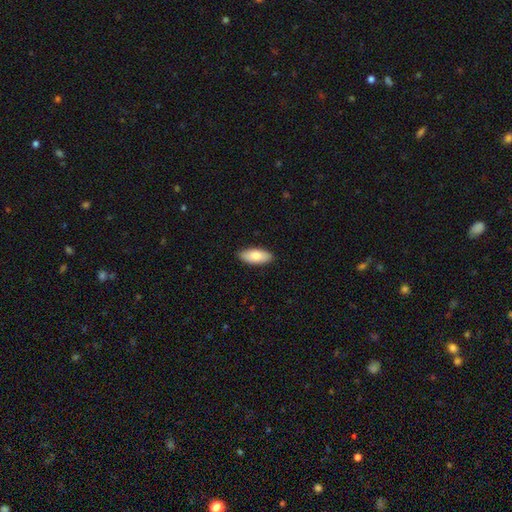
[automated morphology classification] Smooth or featured?
  - smooth: 81% *
  - featured or disk: 13%
  - star or artifact: 6%
How rounded?
  - in between: 86% *
  - cigar-shaped: 12%
  - round: 2%
Merging?
  - none: 89% *
  - minor disturbance: 9%
  - major disturbance: 2%
  - merger: 1%